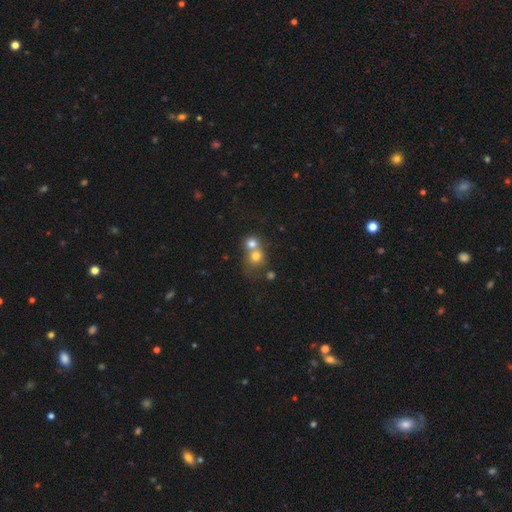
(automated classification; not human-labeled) Smooth or featured? smooth (72%)
How rounded? round (81%)
Merging? merger (63%)